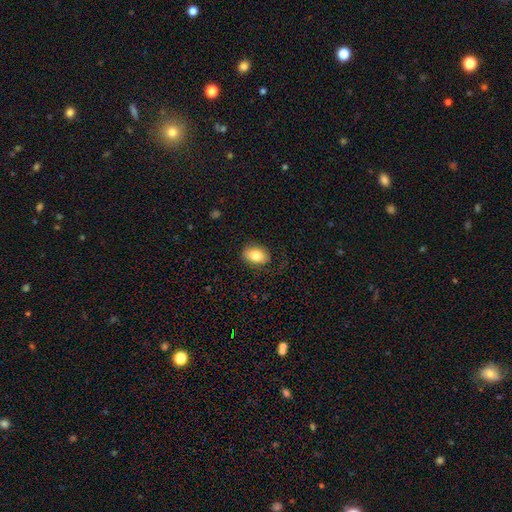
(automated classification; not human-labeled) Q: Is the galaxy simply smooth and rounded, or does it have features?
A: smooth — 81%.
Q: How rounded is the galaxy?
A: in between — 85%.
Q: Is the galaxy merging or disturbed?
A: none — 80%.